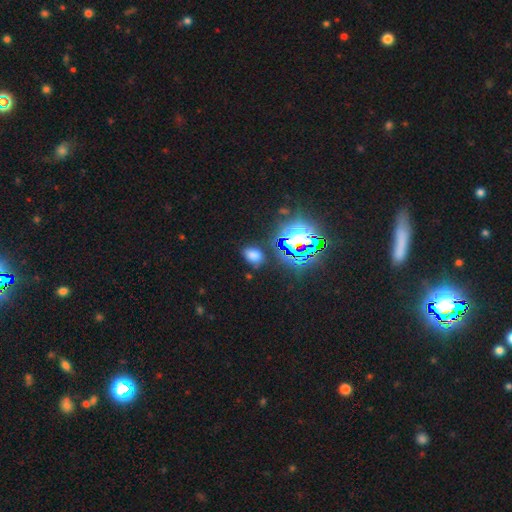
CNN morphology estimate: A smooth galaxy with no disk features (58%) that is in between round and cigar-shaped (72%). Merging: none (76%).